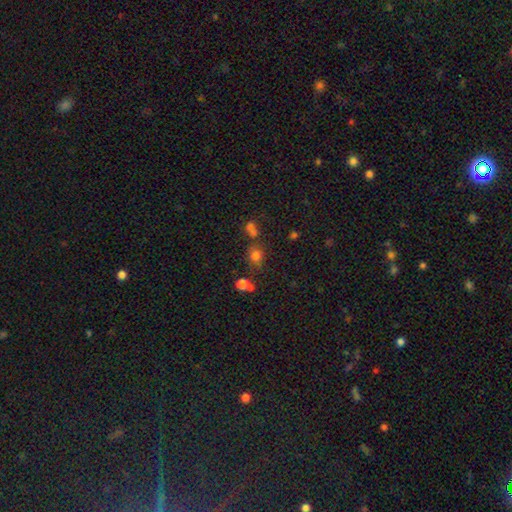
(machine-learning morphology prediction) The model was most divided on "merging": none: 65%, merger: 17%, minor disturbance: 12%, major disturbance: 5%. More confident: how rounded — round (76%); smooth or featured — smooth (72%).